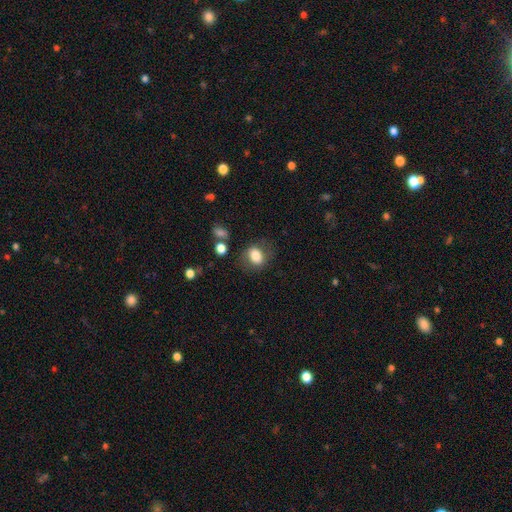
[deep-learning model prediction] The model was most divided on "how rounded": in between: 65%, round: 34%, cigar-shaped: 1%. More confident: smooth or featured — smooth (79%); merging — none (70%).